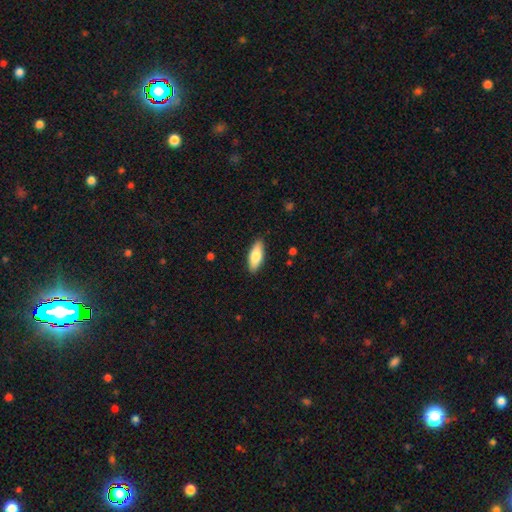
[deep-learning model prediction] Morphology: type=smooth (77%); roundness=in between (75%); merging=none (89%).